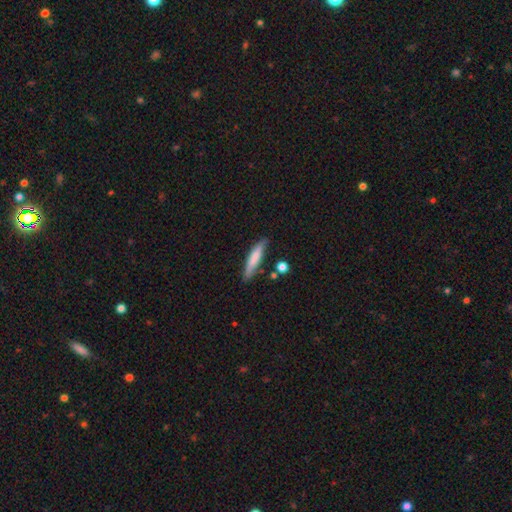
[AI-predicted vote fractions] A smooth galaxy with no disk features (68%) that is cigar-shaped (89%). Merging: none (78%).